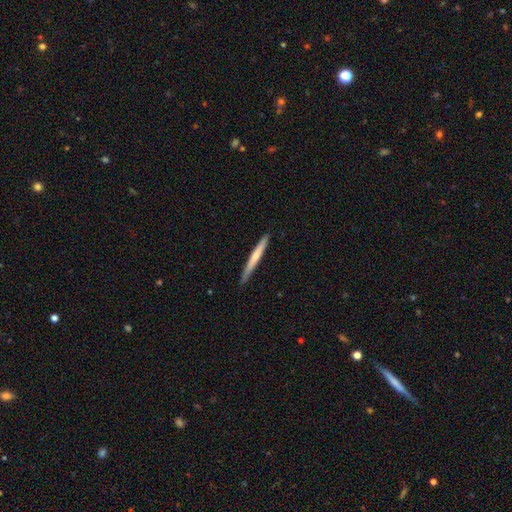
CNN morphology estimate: Overall: smooth (55%; featured or disk 40%). How rounded: cigar-shaped (97%). Merging: none (88%).